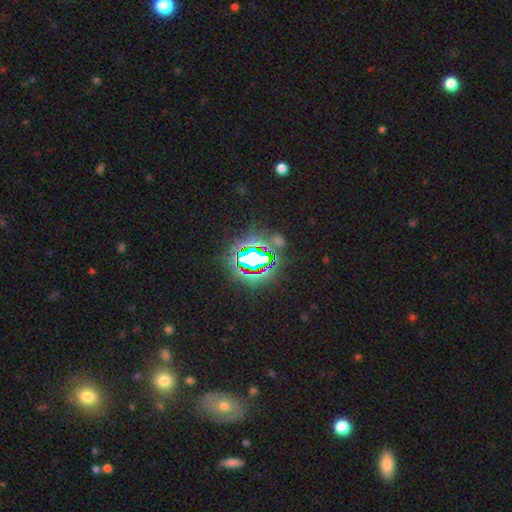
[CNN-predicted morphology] Smooth or featured?
  - star or artifact: 81% *
  - smooth: 11%
  - featured or disk: 8%